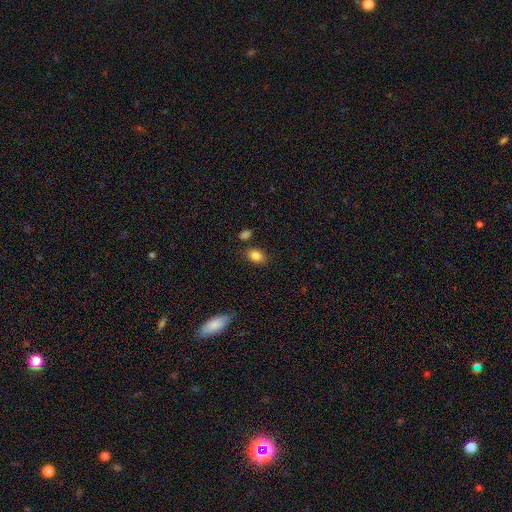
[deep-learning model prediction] Q: Smooth or featured?
A: smooth (84%); runner-up: star or artifact (9%)
Q: How rounded?
A: in between (80%); runner-up: round (18%)
Q: Merging?
A: none (80%); runner-up: minor disturbance (12%)